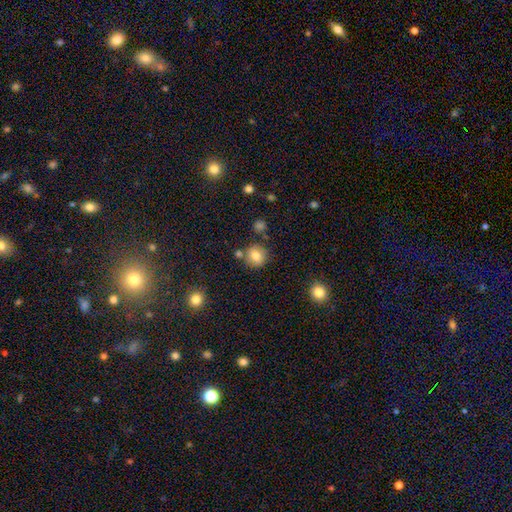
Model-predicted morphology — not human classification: Smooth or featured? Predicted: smooth (p=0.78). How rounded? Predicted: round (p=0.85). Merging? Predicted: none (p=0.77).